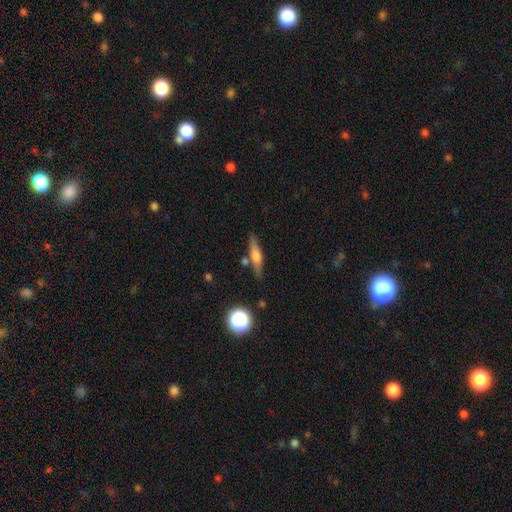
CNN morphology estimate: Smooth or featured?
  - smooth: 48% *
  - featured or disk: 44%
  - star or artifact: 9%
Merging?
  - none: 78% *
  - minor disturbance: 12%
  - merger: 6%
  - major disturbance: 3%